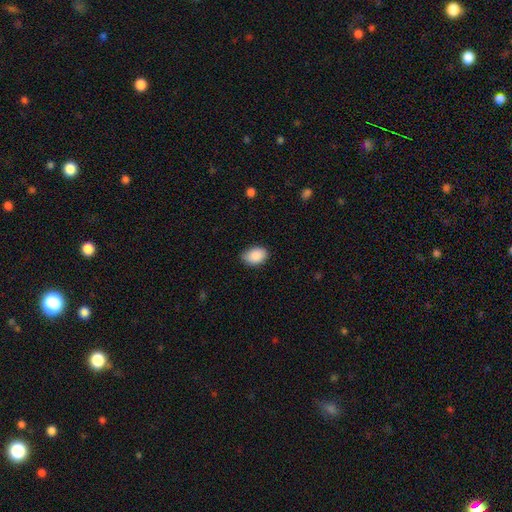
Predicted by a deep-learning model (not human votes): smooth_or_featured: smooth (p=0.89) [alt: star or artifact p=0.07]
how_rounded: in between (p=0.81) [alt: round p=0.18]
merging: none (p=0.77) [alt: minor disturbance p=0.19]